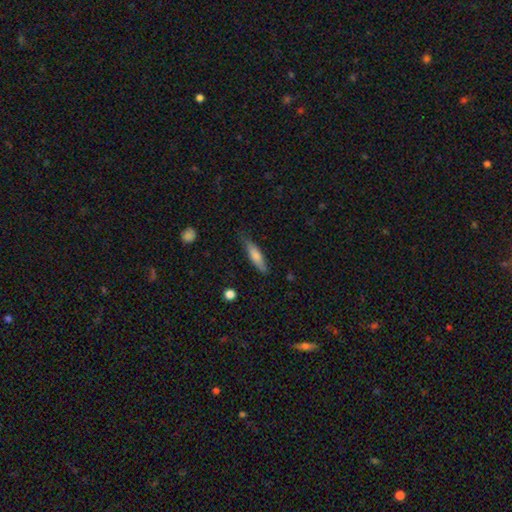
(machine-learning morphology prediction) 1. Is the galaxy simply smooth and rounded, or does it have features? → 70% smooth, 24% featured or disk, 6% star or artifact.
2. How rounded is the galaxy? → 72% cigar-shaped, 27% in between, 2% round.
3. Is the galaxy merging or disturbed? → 73% none, 21% minor disturbance, 4% major disturbance, 2% merger.